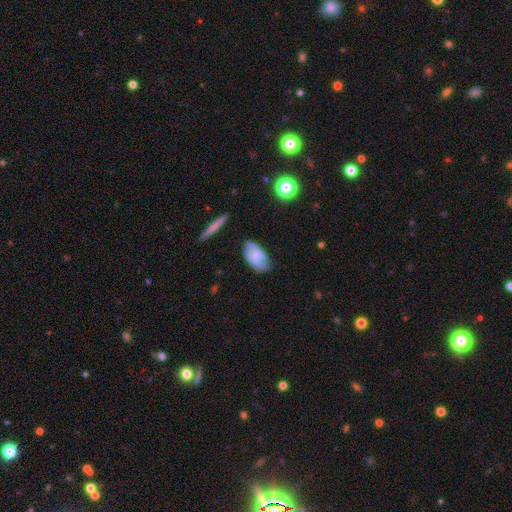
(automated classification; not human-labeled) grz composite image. It shows a featured or disk galaxy (50%). Merging: none (66%).